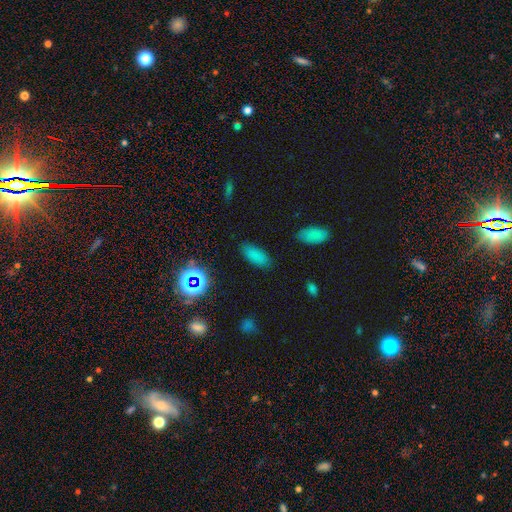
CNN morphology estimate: This appears to be a smooth galaxy with no disk features (81%) that is in between round and cigar-shaped (87%). Merging: none (85%).